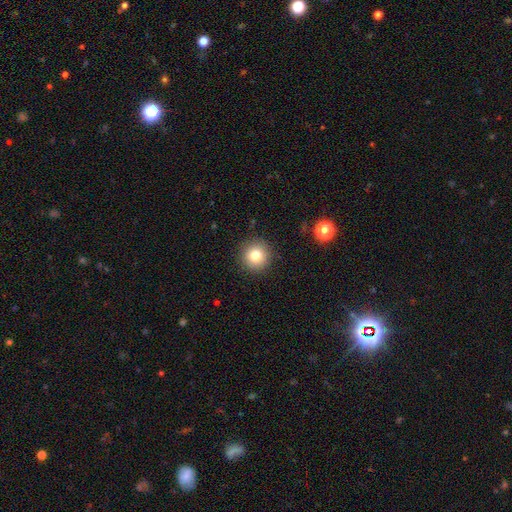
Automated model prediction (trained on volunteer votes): This appears to be a smooth galaxy with no disk features (80%) that is round (94%). Merging: none (91%).